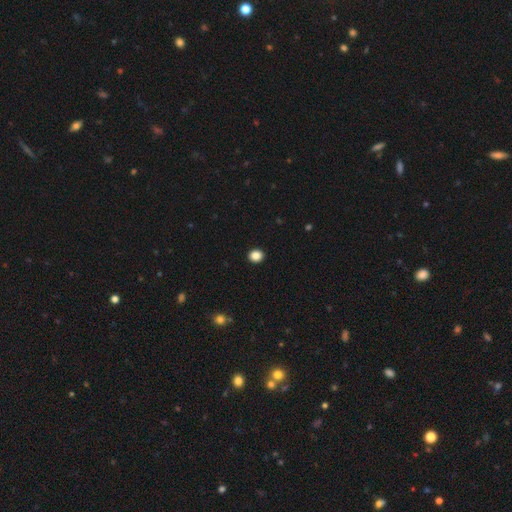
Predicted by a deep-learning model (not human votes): Overall: smooth (87%). How rounded: round (75%). Merging: none (93%).